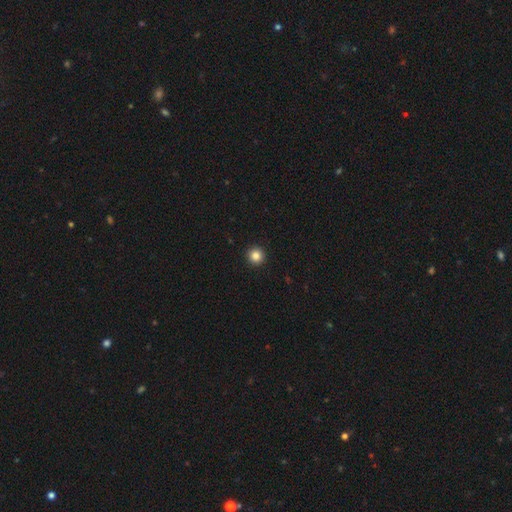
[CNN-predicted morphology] Q: Smooth or featured?
A: smooth (85%); runner-up: star or artifact (11%)
Q: How rounded?
A: round (96%); runner-up: in between (3%)
Q: Merging?
A: none (94%); runner-up: minor disturbance (4%)